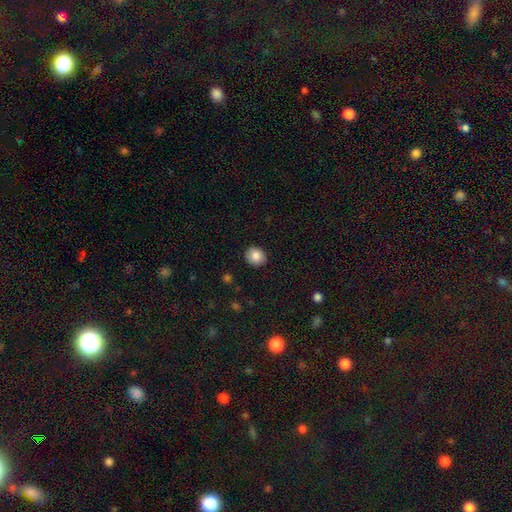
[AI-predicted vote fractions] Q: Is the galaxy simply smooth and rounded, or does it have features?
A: smooth — 84%.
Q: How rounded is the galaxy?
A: round — 75%.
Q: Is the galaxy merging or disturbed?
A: none — 91%.